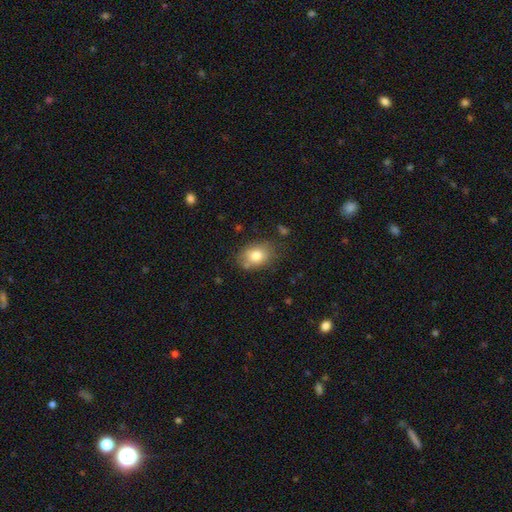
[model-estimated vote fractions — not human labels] Smooth or featured? Predicted: smooth (p=0.80). How rounded? Predicted: in between (p=0.69). Merging? Predicted: none (p=0.72).